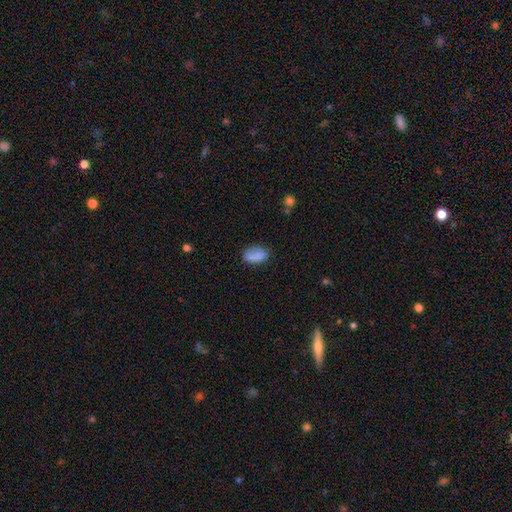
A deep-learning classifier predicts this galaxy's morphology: A smooth galaxy with no disk features (83%) that is in between round and cigar-shaped (89%). Merging: none (68%).